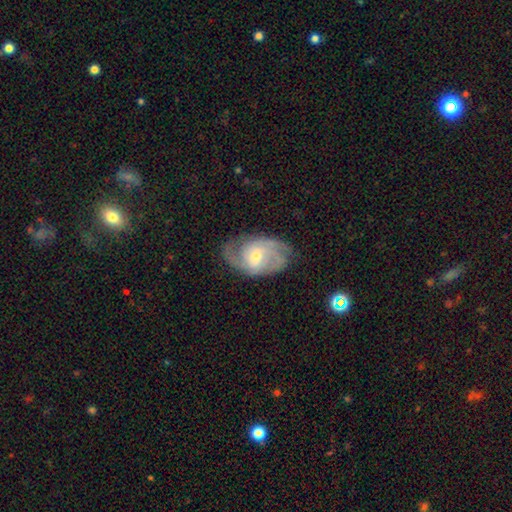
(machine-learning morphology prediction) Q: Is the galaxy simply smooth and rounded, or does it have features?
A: featured or disk — 85%.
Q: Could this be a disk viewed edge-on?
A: no — 97%.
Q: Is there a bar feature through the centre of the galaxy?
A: no — 54%.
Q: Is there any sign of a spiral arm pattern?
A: yes — 96%.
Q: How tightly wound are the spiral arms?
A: medium — 46%.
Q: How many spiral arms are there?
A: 2 — 42%.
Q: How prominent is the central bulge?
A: small — 52%.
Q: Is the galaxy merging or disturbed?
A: none — 75%.